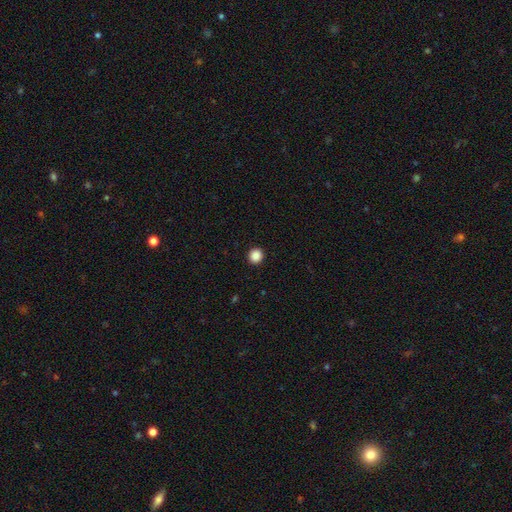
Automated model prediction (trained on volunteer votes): Morphology: type=smooth (87%); roundness=round (94%); merging=none (94%).